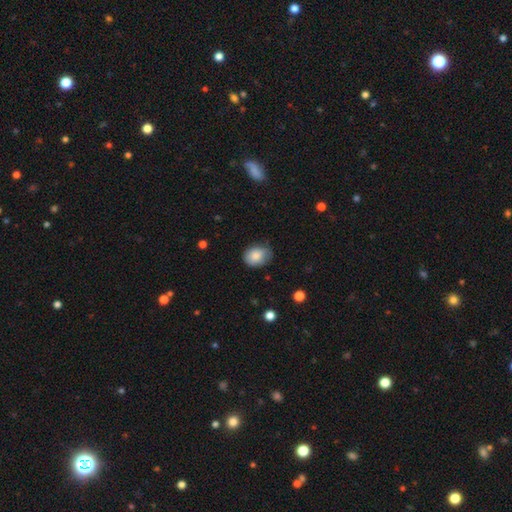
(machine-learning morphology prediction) Smooth or featured? Predicted: smooth (p=0.83). How rounded? Predicted: in between (p=0.59). Merging? Predicted: none (p=0.65).